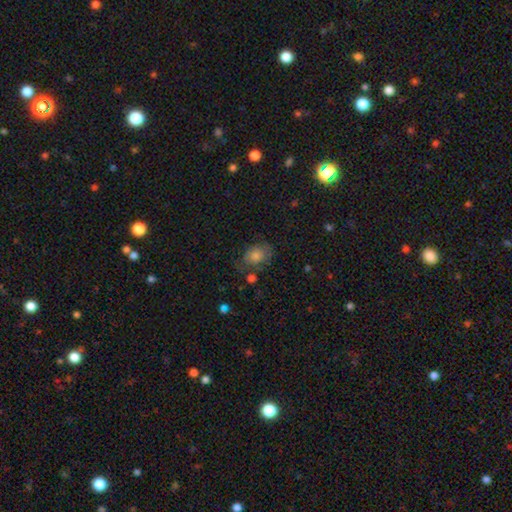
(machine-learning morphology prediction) This appears to be a smooth galaxy with no disk features (66%) that is in between round and cigar-shaped (64%). Merging: none (62%).